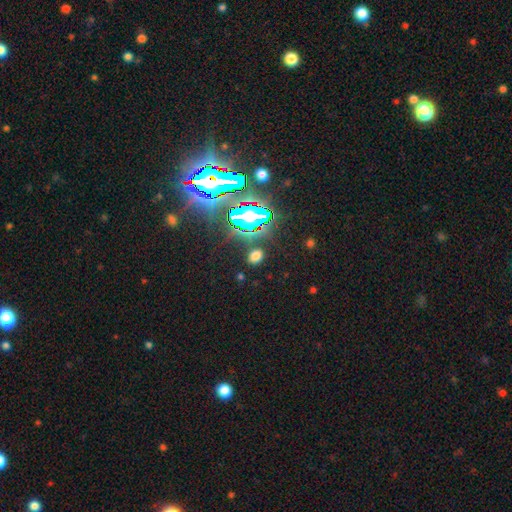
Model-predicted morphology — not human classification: Smooth or featured? smooth (60%)
How rounded? in between (56%)
Merging? none (85%)